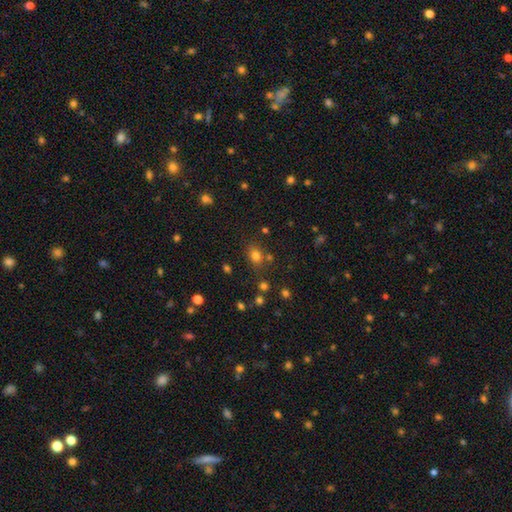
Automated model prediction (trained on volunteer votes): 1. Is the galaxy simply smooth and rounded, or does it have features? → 75% smooth, 17% star or artifact, 8% featured or disk.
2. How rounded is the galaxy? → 50% in between, 49% round, 1% cigar-shaped.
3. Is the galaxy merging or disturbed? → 73% none, 13% minor disturbance, 9% merger, 4% major disturbance.